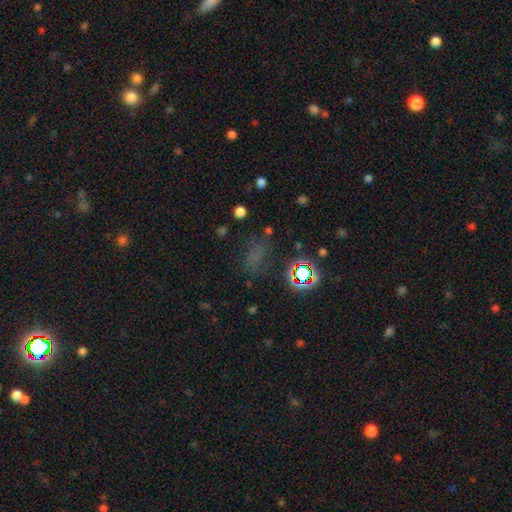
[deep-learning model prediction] Smooth or featured? Predicted: star or artifact (p=0.49).